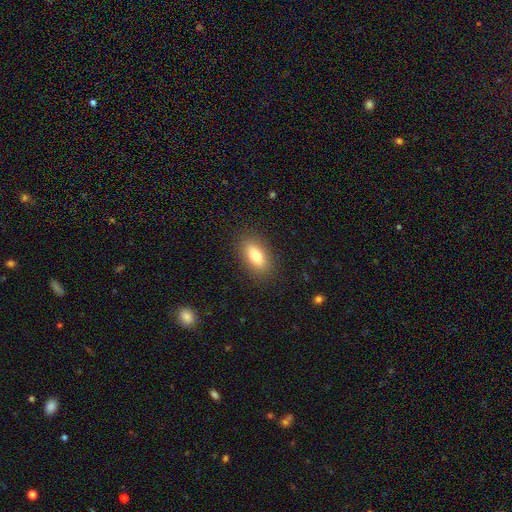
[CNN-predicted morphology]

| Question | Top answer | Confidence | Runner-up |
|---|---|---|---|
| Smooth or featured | smooth | 79% | featured or disk (13%) |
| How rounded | in between | 83% | cigar-shaped (12%) |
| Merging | none | 87% | minor disturbance (9%) |